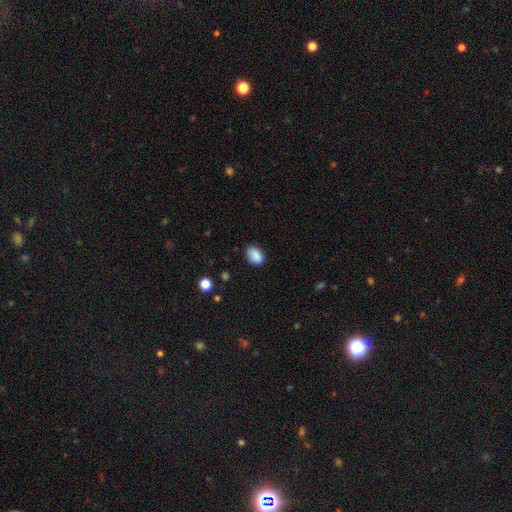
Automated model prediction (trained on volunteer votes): smooth_or_featured: smooth (p=0.87) [alt: star or artifact p=0.08]
how_rounded: in between (p=0.84) [alt: round p=0.15]
merging: none (p=0.76) [alt: minor disturbance p=0.19]